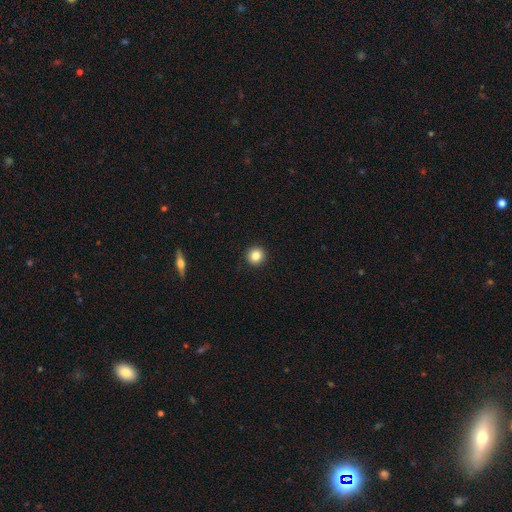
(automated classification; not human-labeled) This appears to be a smooth galaxy with no disk features (84%) that is round (94%). Merging: none (93%).